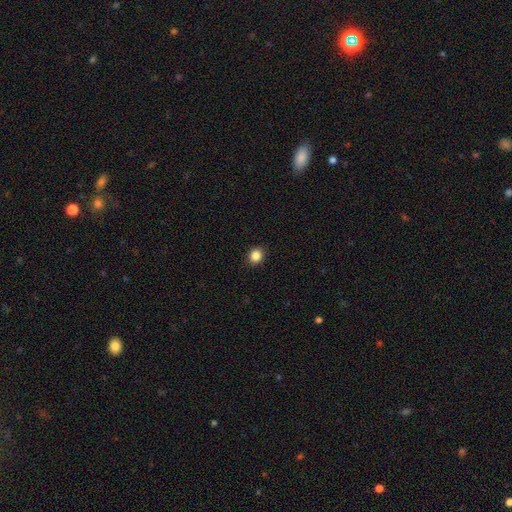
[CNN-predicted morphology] Q: Smooth or featured?
A: smooth (86%); runner-up: star or artifact (11%)
Q: How rounded?
A: round (82%); runner-up: in between (17%)
Q: Merging?
A: none (91%); runner-up: minor disturbance (6%)